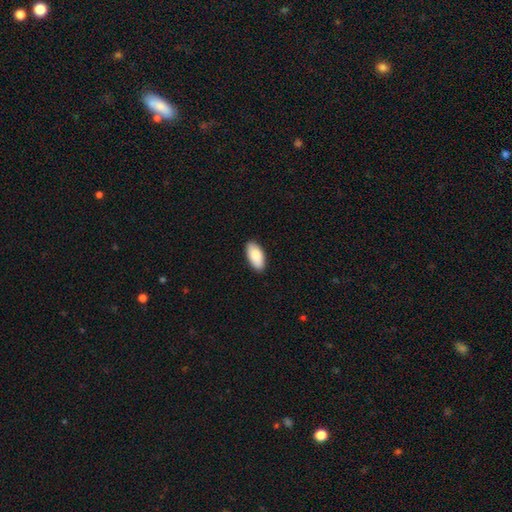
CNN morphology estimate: This is clearly a smooth galaxy (88%). How rounded: clearly in between (94%). Merging: clearly none (89%).